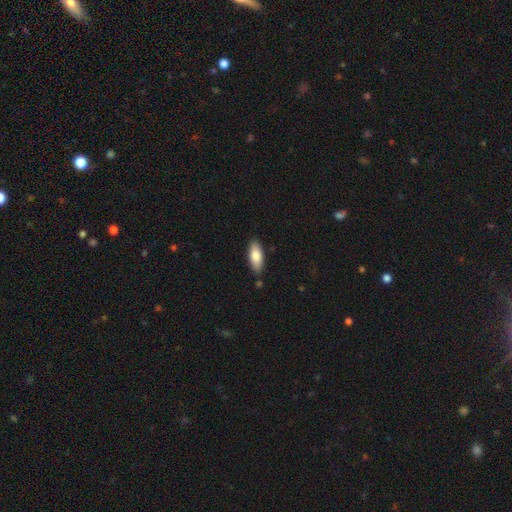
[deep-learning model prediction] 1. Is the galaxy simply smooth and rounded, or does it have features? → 81% smooth, 13% featured or disk, 6% star or artifact.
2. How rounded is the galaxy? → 77% in between, 21% cigar-shaped, 2% round.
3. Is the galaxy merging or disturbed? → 85% none, 11% minor disturbance, 2% merger, 2% major disturbance.